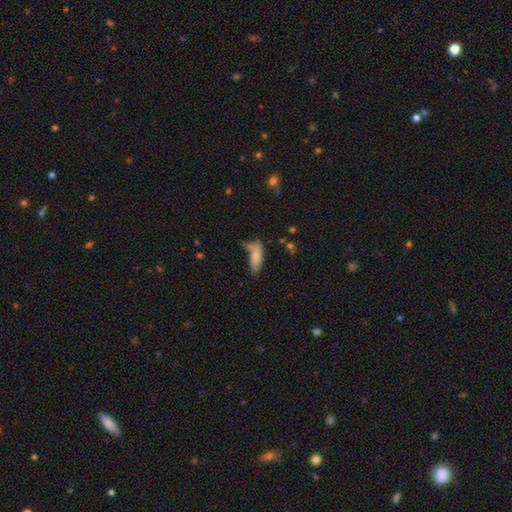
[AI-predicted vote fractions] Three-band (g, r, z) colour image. It shows a smooth galaxy with no disk features (80%) that is in between round and cigar-shaped (55%). Merging: none (50%).